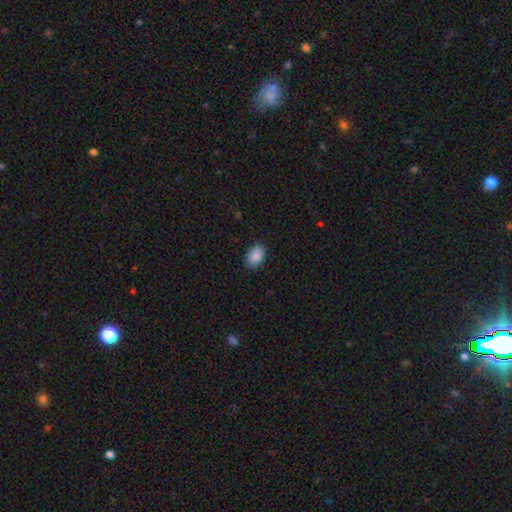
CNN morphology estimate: Q: Smooth or featured?
A: smooth (89%); runner-up: star or artifact (7%)
Q: How rounded?
A: in between (87%); runner-up: round (12%)
Q: Merging?
A: none (87%); runner-up: minor disturbance (10%)